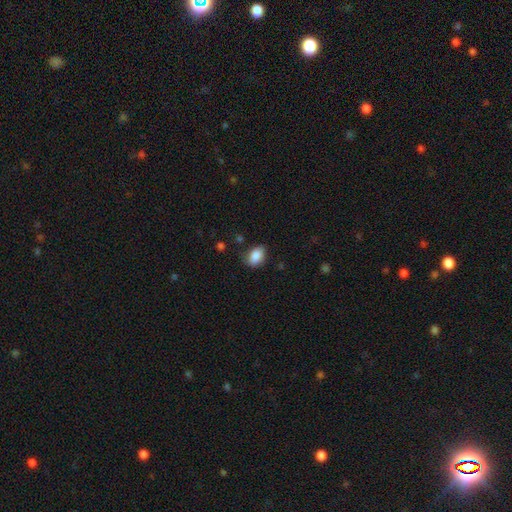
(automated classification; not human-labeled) Smooth or featured?
  - smooth: 87% *
  - star or artifact: 8%
  - featured or disk: 5%
How rounded?
  - in between: 83% *
  - round: 16%
  - cigar-shaped: 1%
Merging?
  - none: 72% *
  - minor disturbance: 22%
  - major disturbance: 5%
  - merger: 2%